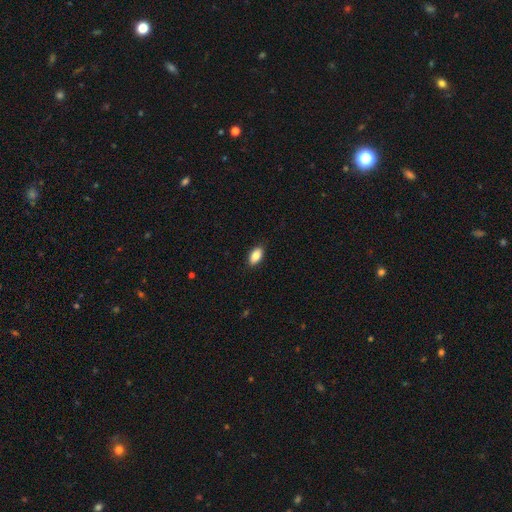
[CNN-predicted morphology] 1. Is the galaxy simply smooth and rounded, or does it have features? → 87% smooth, 7% star or artifact, 6% featured or disk.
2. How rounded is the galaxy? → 92% in between, 4% cigar-shaped, 4% round.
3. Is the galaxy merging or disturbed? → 89% none, 8% minor disturbance, 2% major disturbance, 1% merger.